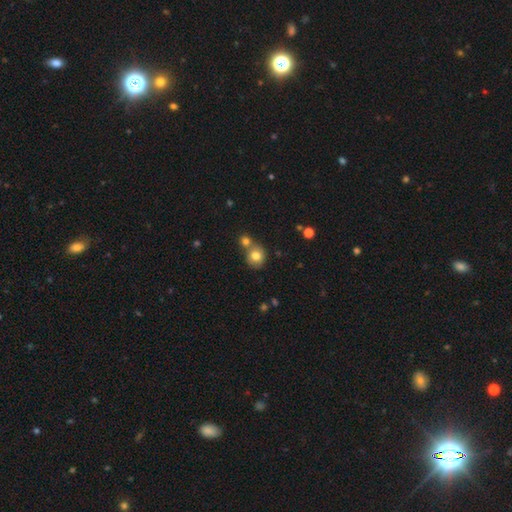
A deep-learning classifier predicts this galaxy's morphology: smooth 80%, star or artifact 11%, featured or disk 10%. Down the decision tree: how rounded — round (84%); merging — none (55%).